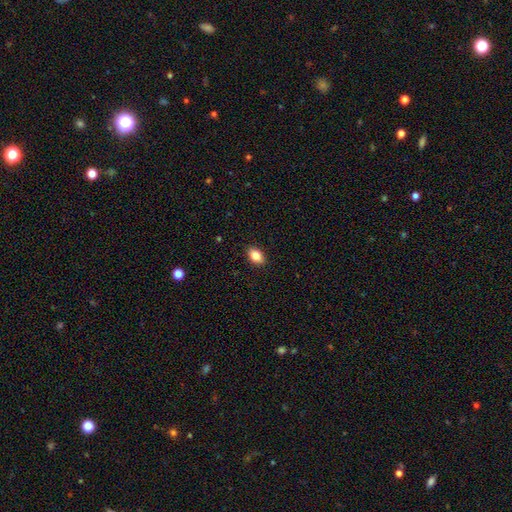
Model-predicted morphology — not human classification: This is clearly a smooth galaxy (84%). How rounded: clearly in between (87%). Merging: clearly none (90%).